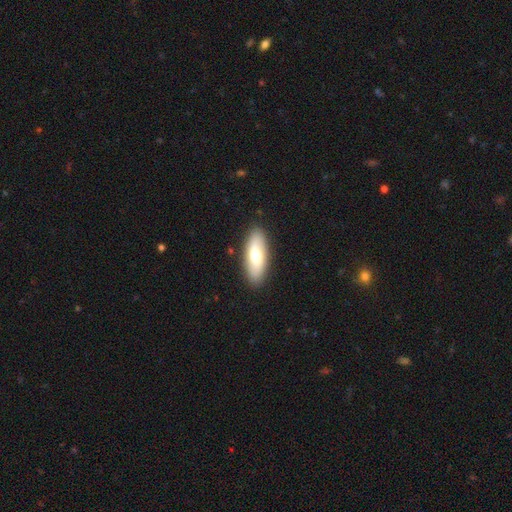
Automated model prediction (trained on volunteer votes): A smooth galaxy with no disk features (67%) that is in between round and cigar-shaped (70%).

Vote fractions:
- Smooth or featured? smooth: 67% / featured or disk: 28% / star or artifact: 5%
- How rounded? in between: 70% / cigar-shaped: 27% / round: 2%
- Merging? none: 88% / minor disturbance: 8% / major disturbance: 2% / merger: 1%